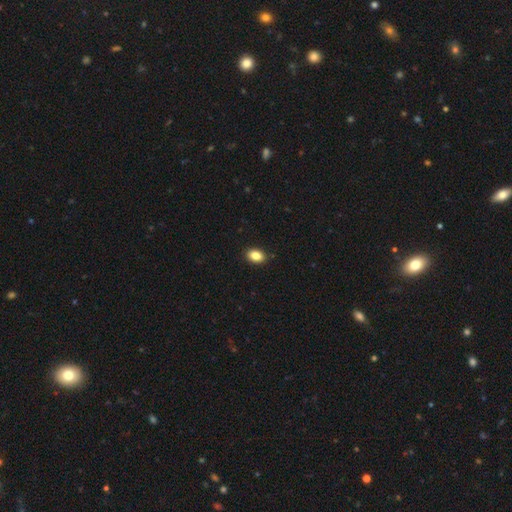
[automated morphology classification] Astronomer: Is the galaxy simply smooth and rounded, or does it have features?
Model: smooth — 87%.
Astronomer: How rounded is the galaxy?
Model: in between — 82%.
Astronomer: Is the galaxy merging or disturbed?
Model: none — 90%.